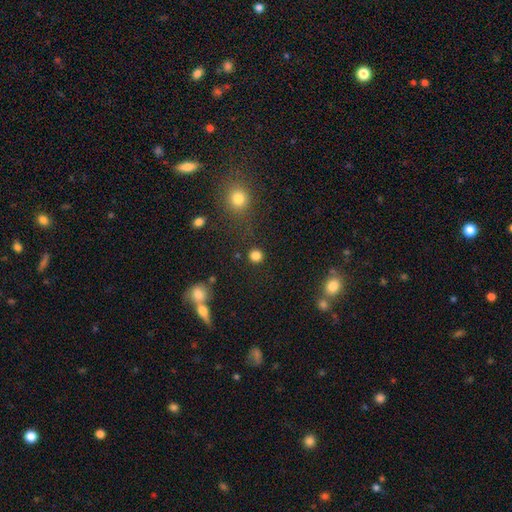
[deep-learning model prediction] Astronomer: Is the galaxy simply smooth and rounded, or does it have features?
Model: smooth — 83%.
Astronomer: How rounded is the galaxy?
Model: round — 91%.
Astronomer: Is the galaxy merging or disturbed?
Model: none — 88%.